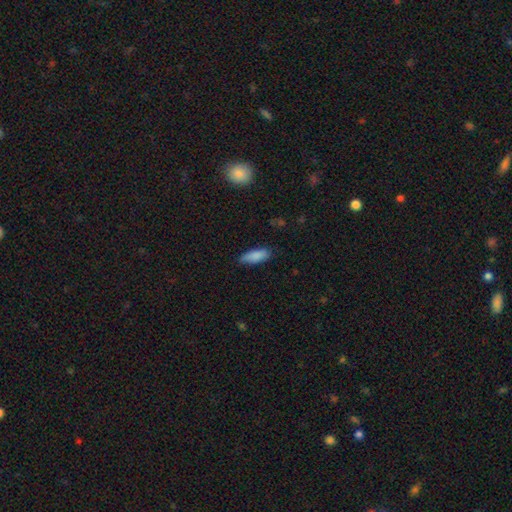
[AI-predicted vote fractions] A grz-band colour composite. It shows a smooth galaxy with no disk features (87%) that is in between round and cigar-shaped (71%). Merging: none (80%).